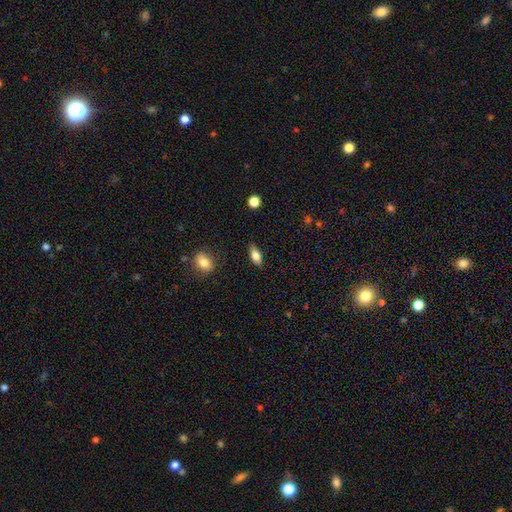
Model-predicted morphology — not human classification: Smooth or featured?
  - smooth: 75% *
  - featured or disk: 17%
  - star or artifact: 8%
How rounded?
  - in between: 82% *
  - cigar-shaped: 14%
  - round: 4%
Merging?
  - none: 84% *
  - minor disturbance: 11%
  - major disturbance: 3%
  - merger: 1%